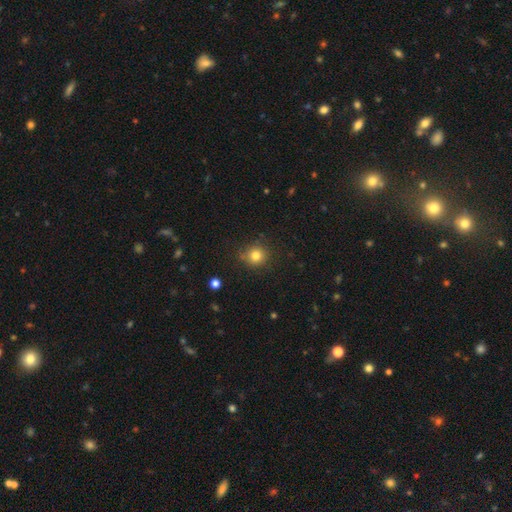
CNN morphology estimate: Q: Smooth or featured?
A: smooth (81%); runner-up: star or artifact (13%)
Q: How rounded?
A: round (88%); runner-up: in between (11%)
Q: Merging?
A: none (82%); runner-up: minor disturbance (13%)